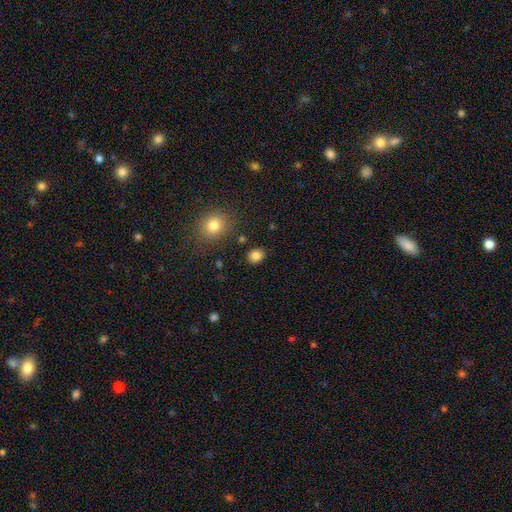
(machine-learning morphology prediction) Smooth or featured? smooth (84%)
How rounded? round (68%)
Merging? none (87%)